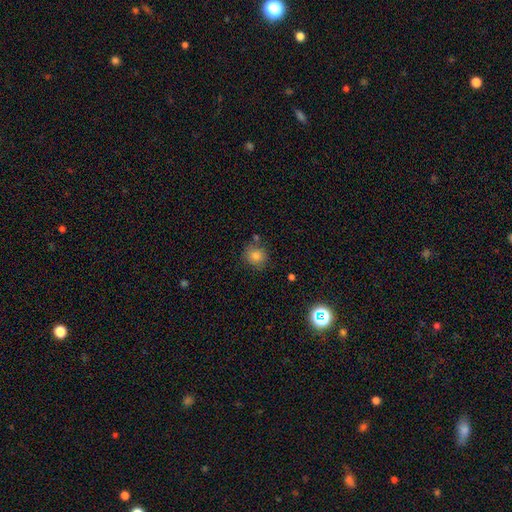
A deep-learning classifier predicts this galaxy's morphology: smooth 80%, star or artifact 13%, featured or disk 7%. Down the decision tree: how rounded — round (87%); merging — none (79%).